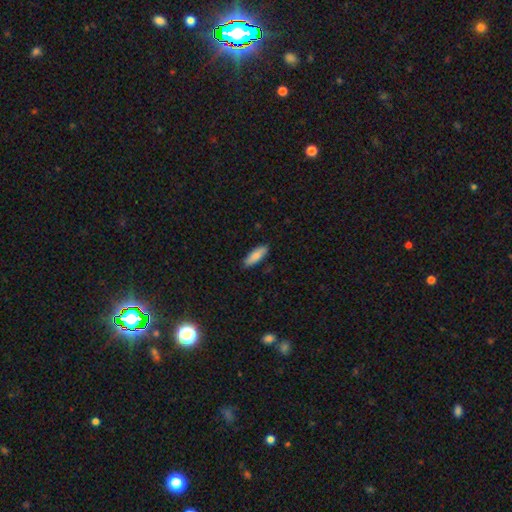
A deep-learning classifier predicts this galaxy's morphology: Smooth or featured: smooth — 86% (featured or disk — 8%)
How rounded: in between — 56% (cigar-shaped — 42%)
Merging: none — 86% (minor disturbance — 11%)